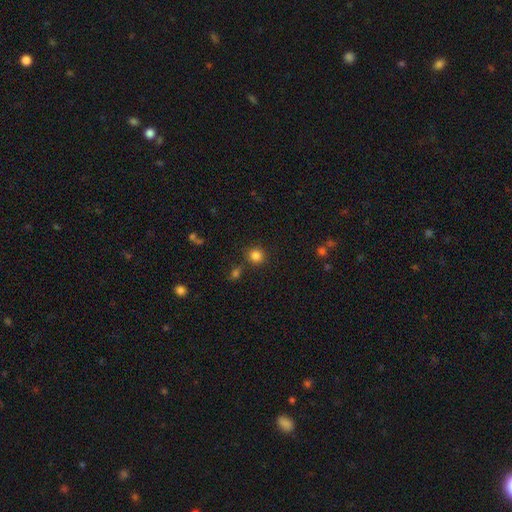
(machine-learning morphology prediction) Smooth or featured: smooth — 82% (star or artifact — 13%)
How rounded: round — 90% (in between — 9%)
Merging: none — 83% (minor disturbance — 8%)